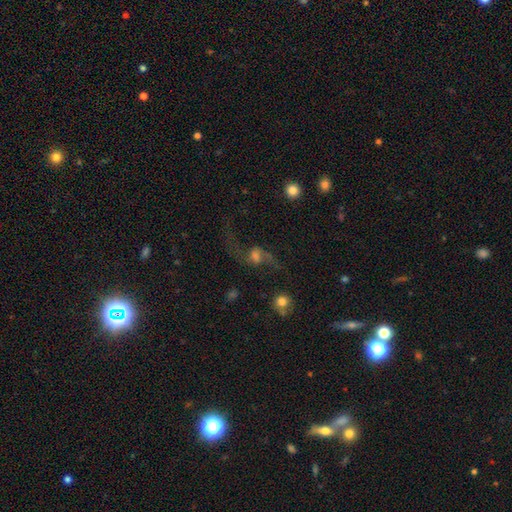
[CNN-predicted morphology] Smooth or featured: featured or disk — 67% (smooth — 18%)
Edge-on disk: no — 92% (yes — 8%)
Bar: no — 53% (weak — 36%)
Spiral arms: yes — 85% (no — 15%)
Spiral winding: loose — 89% (medium — 9%)
Spiral arm count: 2 — 87% (1 — 7%)
Bulge size: moderate — 42% (small — 25%)
Merging: none — 47% (major disturbance — 30%)